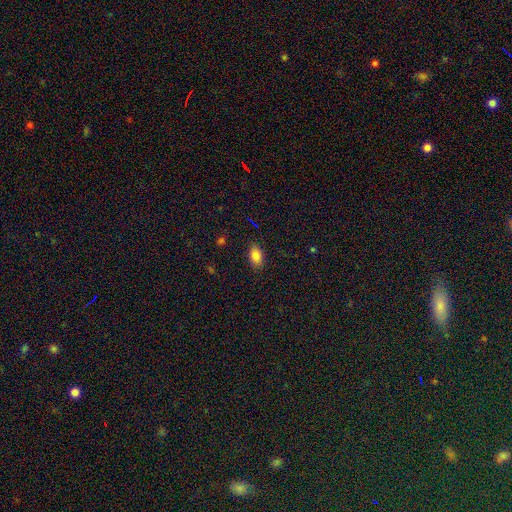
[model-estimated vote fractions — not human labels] This appears to be a smooth galaxy with no disk features (85%) that is in between round and cigar-shaped (88%). Merging: none (86%).